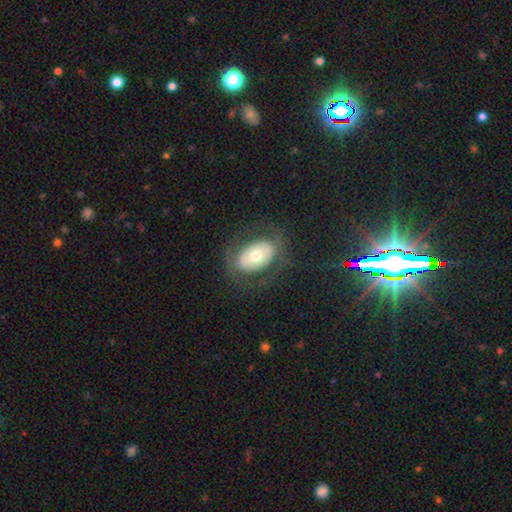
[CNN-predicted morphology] Smooth or featured?
  - smooth: 49% *
  - featured or disk: 44%
  - star or artifact: 7%
Merging?
  - none: 73% *
  - minor disturbance: 14%
  - major disturbance: 12%
  - merger: 1%